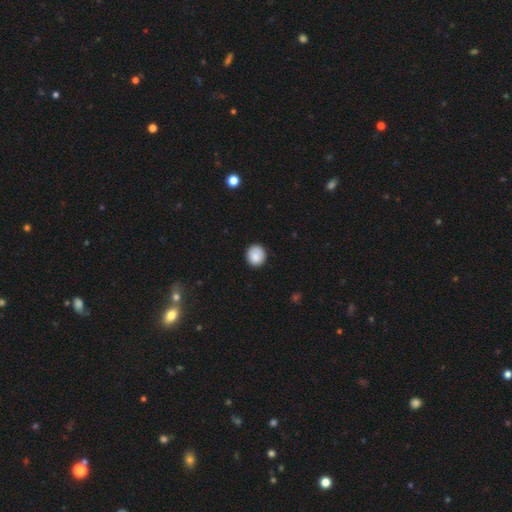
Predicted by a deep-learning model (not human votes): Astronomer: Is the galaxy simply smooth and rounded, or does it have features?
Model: smooth — 87%.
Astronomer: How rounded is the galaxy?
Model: round — 87%.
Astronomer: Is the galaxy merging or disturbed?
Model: none — 87%.